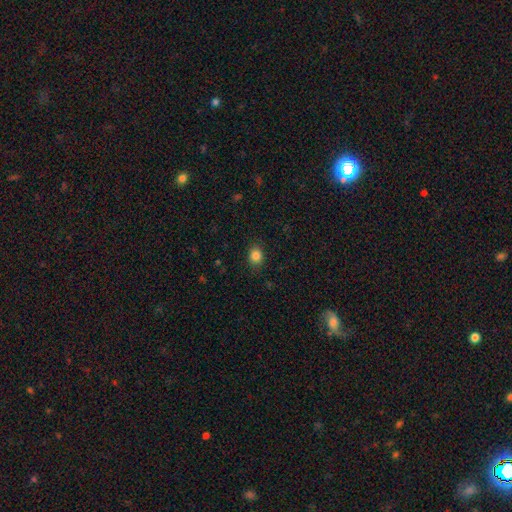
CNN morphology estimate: smooth 85%, star or artifact 10%, featured or disk 4%. Down the decision tree: how rounded — round (60%); merging — none (86%).